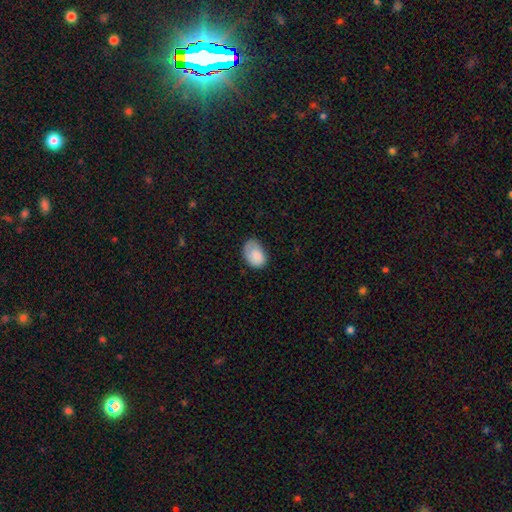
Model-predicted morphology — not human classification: Q: Smooth or featured?
A: smooth (83%); runner-up: featured or disk (11%)
Q: How rounded?
A: in between (80%); runner-up: round (19%)
Q: Merging?
A: none (53%); runner-up: minor disturbance (35%)